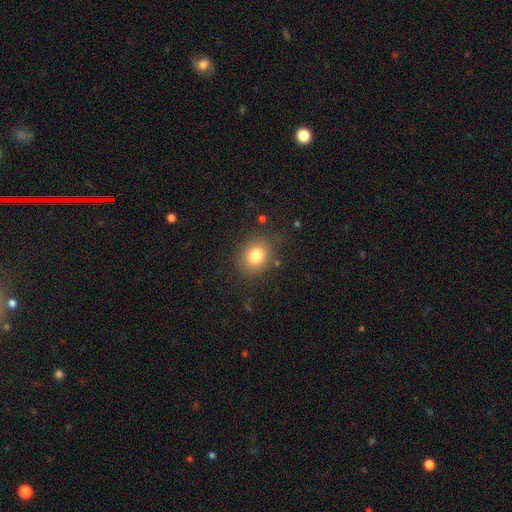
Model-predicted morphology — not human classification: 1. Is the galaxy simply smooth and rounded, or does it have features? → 78% smooth, 12% star or artifact, 9% featured or disk.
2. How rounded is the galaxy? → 70% round, 29% in between, 1% cigar-shaped.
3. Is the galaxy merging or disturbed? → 83% none, 11% minor disturbance, 4% major disturbance, 2% merger.